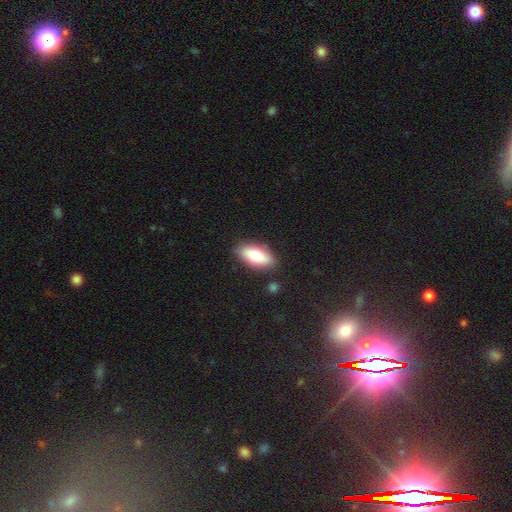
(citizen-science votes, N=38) smooth 74%, featured or disk 21%, star or artifact 5%. Down the decision tree: how rounded — in between (86%); merging — none (92%).